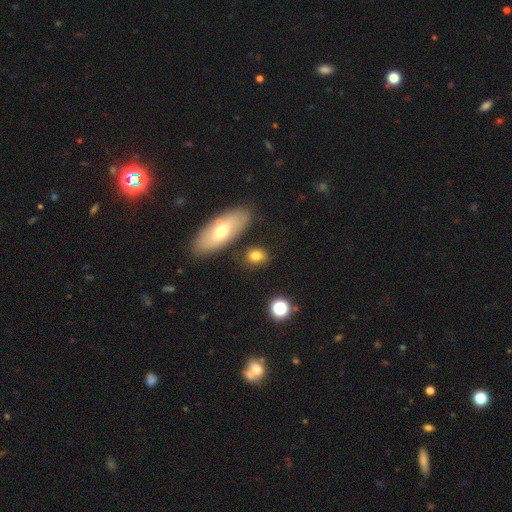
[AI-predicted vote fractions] Smooth or featured?
  - smooth: 78% *
  - featured or disk: 12%
  - star or artifact: 10%
How rounded?
  - in between: 60% *
  - round: 36%
  - cigar-shaped: 4%
Merging?
  - none: 75% *
  - minor disturbance: 13%
  - merger: 8%
  - major disturbance: 5%